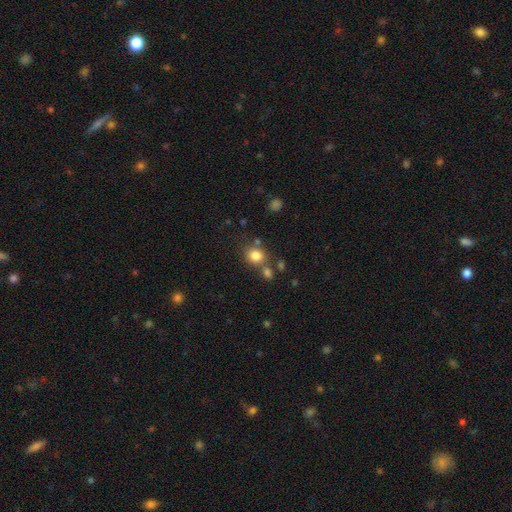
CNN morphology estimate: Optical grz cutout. It shows a smooth galaxy with no disk features (81%) that is round (76%). Merging: none (64%).